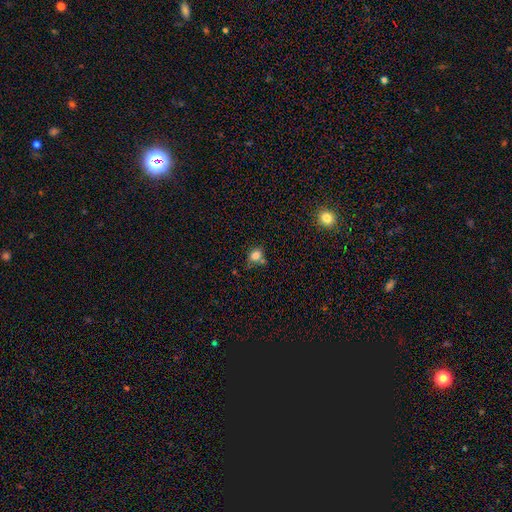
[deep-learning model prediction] smooth_or_featured: smooth (p=0.80) [alt: star or artifact p=0.12]
how_rounded: round (p=0.50) [alt: in between p=0.49]
merging: none (p=0.56) [alt: minor disturbance p=0.19]